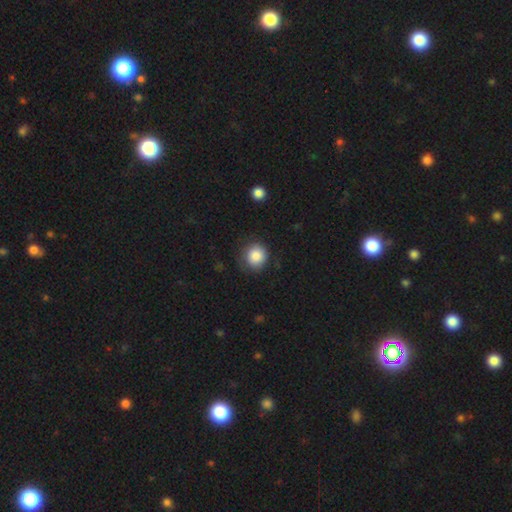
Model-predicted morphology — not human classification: This appears to be a smooth galaxy with no disk features (86%) that is round (89%). Merging: none (79%).